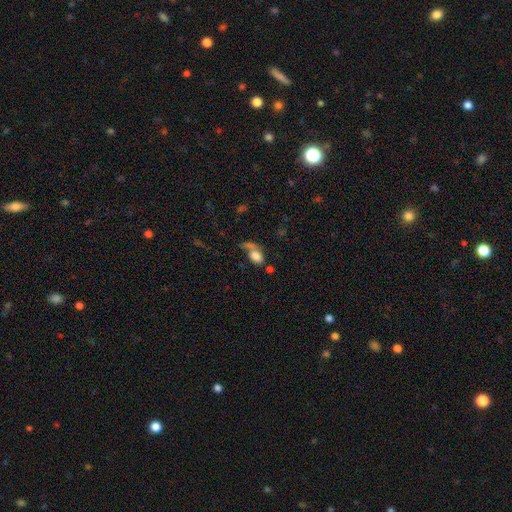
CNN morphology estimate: smooth 73%, featured or disk 16%, star or artifact 11%. Down the decision tree: how rounded — in between (80%); merging — none (30%).